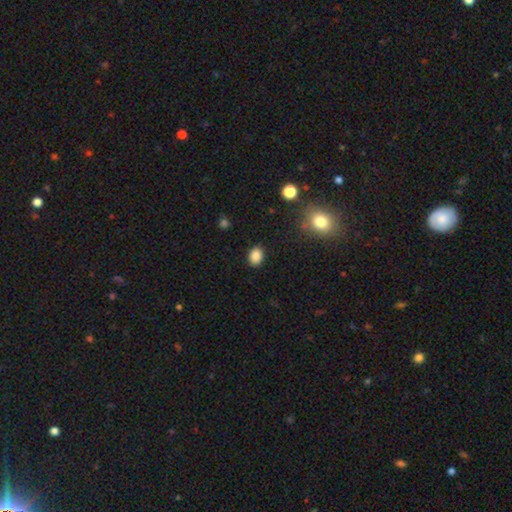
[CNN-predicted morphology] This appears to be a smooth galaxy with no disk features (85%) that is in between round and cigar-shaped (66%). Merging: none (88%).